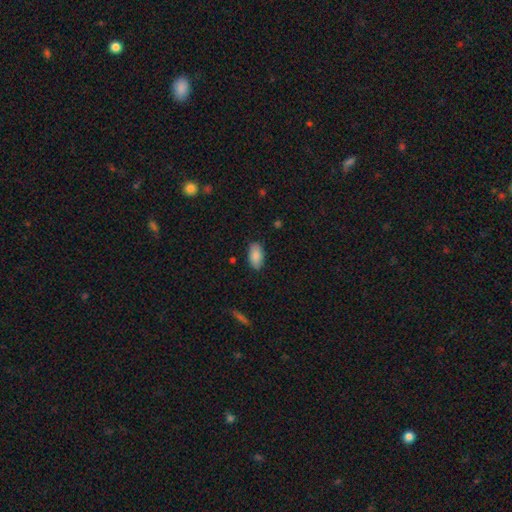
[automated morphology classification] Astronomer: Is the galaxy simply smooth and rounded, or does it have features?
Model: smooth — 87%.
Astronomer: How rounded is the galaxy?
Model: in between — 94%.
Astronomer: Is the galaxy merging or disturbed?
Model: none — 85%.